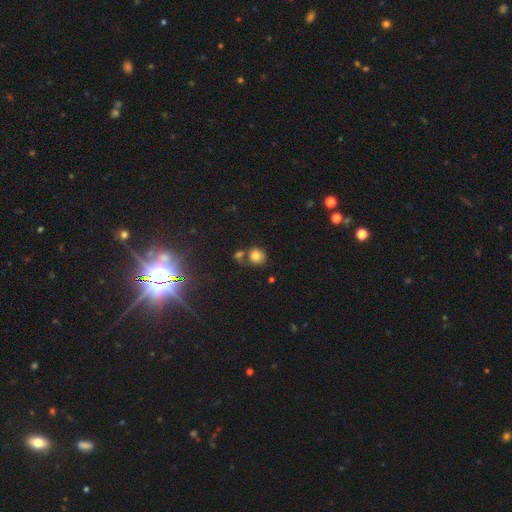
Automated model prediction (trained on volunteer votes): Q: Smooth or featured?
A: smooth (77%); runner-up: star or artifact (13%)
Q: How rounded?
A: round (80%); runner-up: in between (18%)
Q: Merging?
A: none (55%); runner-up: merger (30%)